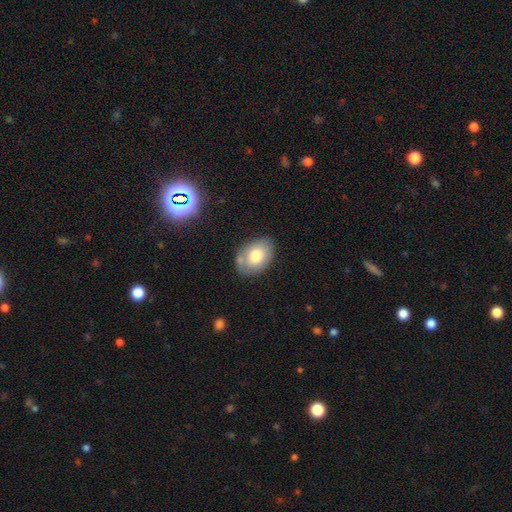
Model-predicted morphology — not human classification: smooth-or-featured: smooth: 75% | featured or disk: 17% | star or artifact: 8%
  how-rounded: in between: 81% | round: 18% | cigar-shaped: 1%
  merging: none: 71% | minor disturbance: 18% | merger: 7% | major disturbance: 4%